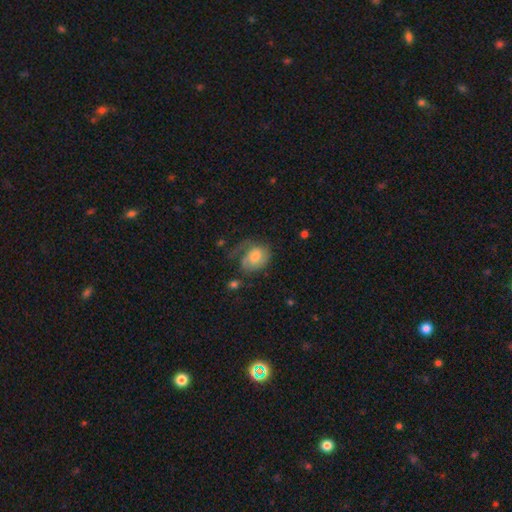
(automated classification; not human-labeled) Smooth or featured: smooth — 48% (featured or disk — 45%)
Merging: none — 36% (major disturbance — 34%)